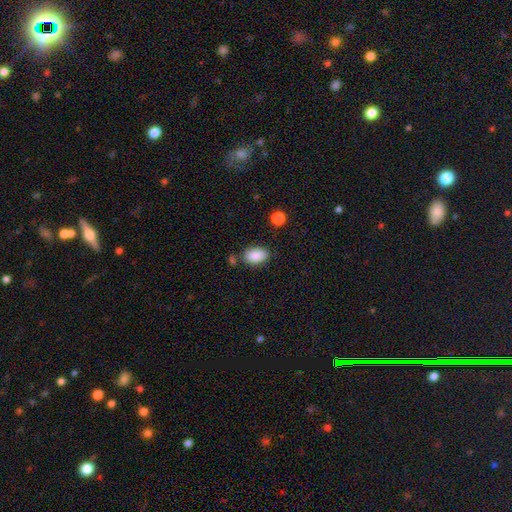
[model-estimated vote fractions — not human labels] Q: Smooth or featured?
A: smooth (88%); runner-up: star or artifact (8%)
Q: How rounded?
A: in between (89%); runner-up: round (10%)
Q: Merging?
A: none (75%); runner-up: minor disturbance (15%)